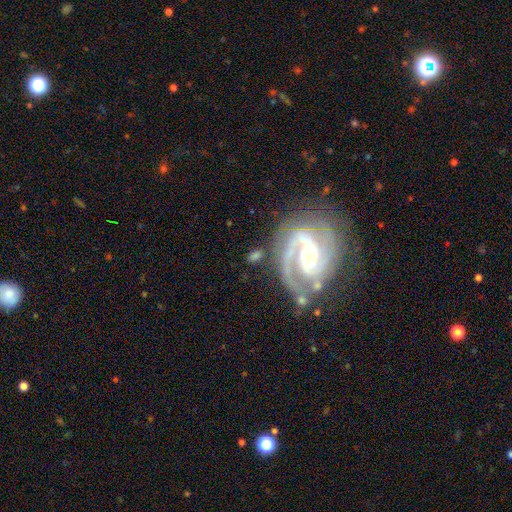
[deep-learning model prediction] This is clearly a featured or disk galaxy (82%). It is clearly not viewed edge-on (97%). Bar: marginally no (40%). Spiral arm pattern: clearly yes (97%). Spiral arm count: likely 2 (71%). Spiral winding: possibly tight (48%). Central bulge: likely small (66%). Merging: likely none (66%).